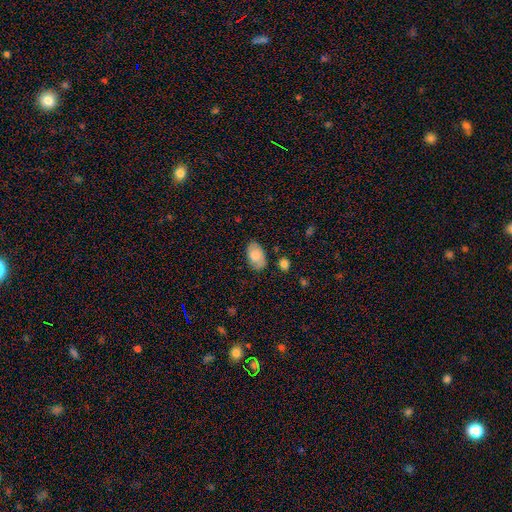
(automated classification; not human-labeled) Smooth or featured? Predicted: smooth (p=0.71). How rounded? Predicted: in between (p=0.93). Merging? Predicted: none (p=0.78).